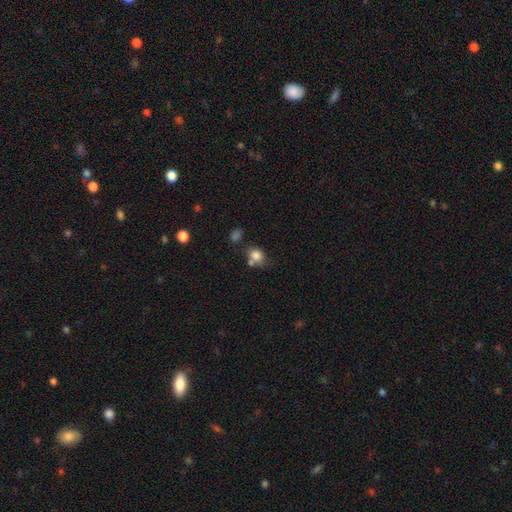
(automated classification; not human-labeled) Overall: smooth (82%). How rounded: round (62%; in between 37%). Merging: none (54%; merger 21%).